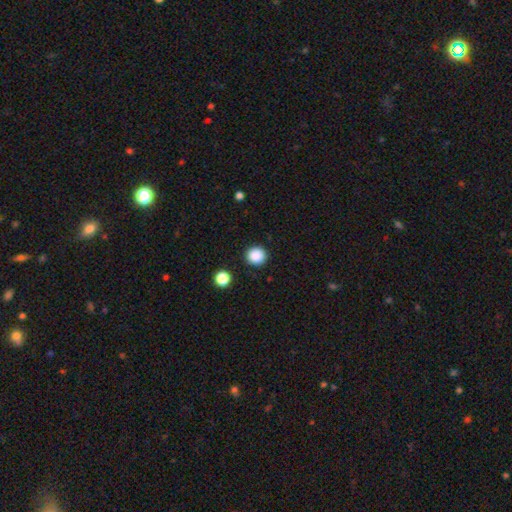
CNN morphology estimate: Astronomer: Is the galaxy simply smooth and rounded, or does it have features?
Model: smooth — 87%.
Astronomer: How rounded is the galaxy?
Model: round — 93%.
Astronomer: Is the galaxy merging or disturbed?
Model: none — 91%.